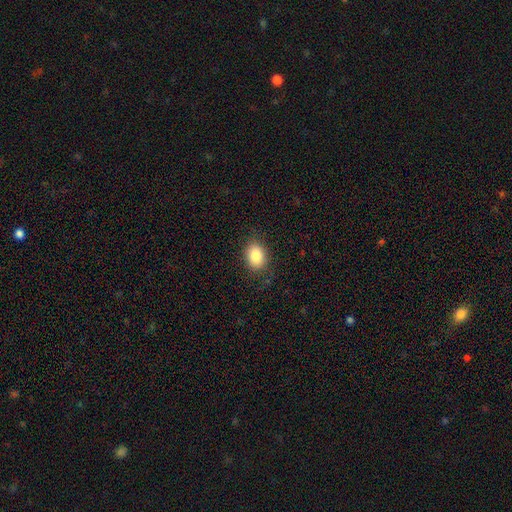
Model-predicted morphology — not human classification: This is clearly a smooth galaxy (86%). How rounded: likely in between (69%). Merging: clearly none (84%).